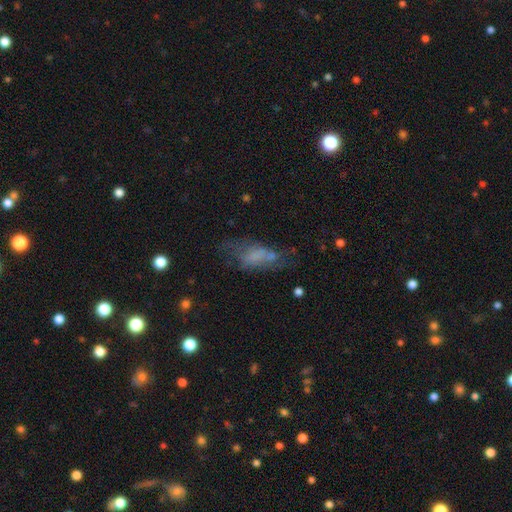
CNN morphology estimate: This is possibly a smooth galaxy (50%). Merging: marginally none (37%).